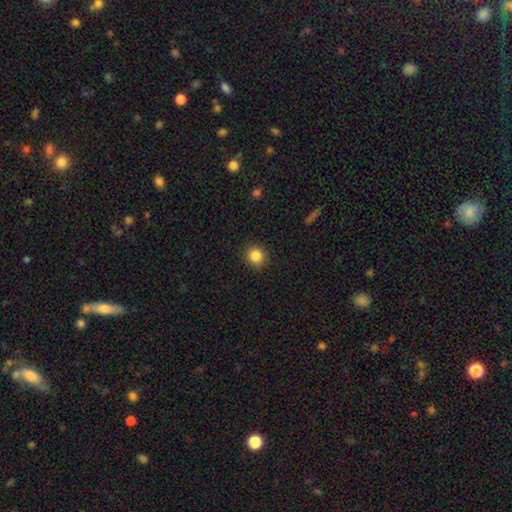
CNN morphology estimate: A smooth galaxy with no disk features (86%) that is round (88%). Merging: none (90%).